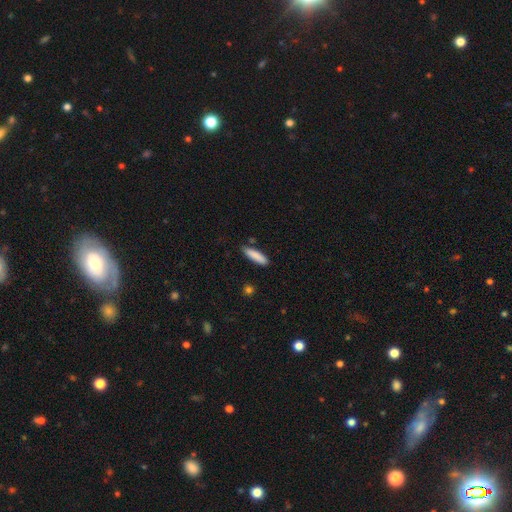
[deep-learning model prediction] This appears to be a smooth galaxy with no disk features (86%) that is cigar-shaped (77%). Merging: none (85%).